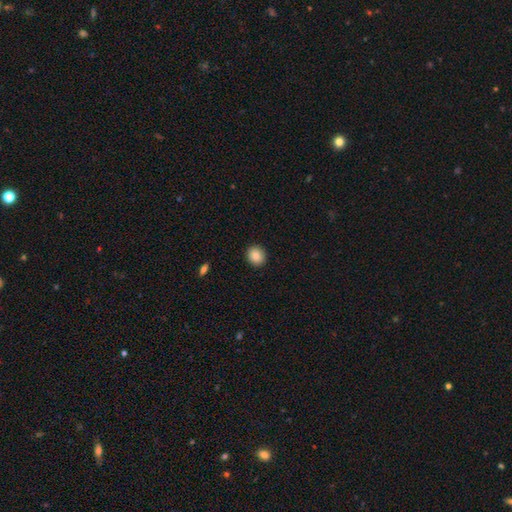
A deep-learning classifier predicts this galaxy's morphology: Smooth or featured: smooth — 86% (star or artifact — 9%)
How rounded: round — 81% (in between — 18%)
Merging: none — 92% (minor disturbance — 6%)